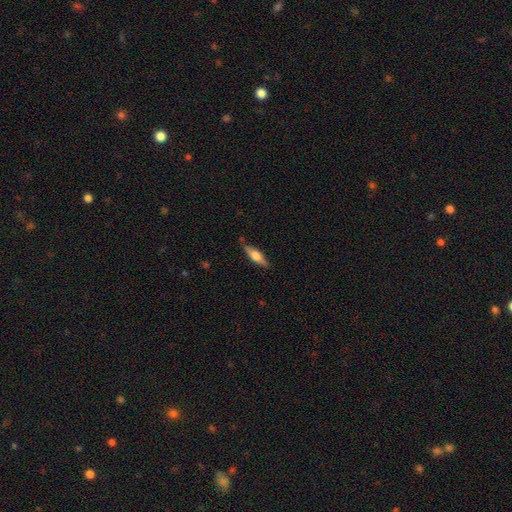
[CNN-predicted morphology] smooth-or-featured: featured or disk: 47% (tied) | smooth: 47% (tied) | star or artifact: 6%
  merging: none: 80% | minor disturbance: 15% | major disturbance: 3% | merger: 2%